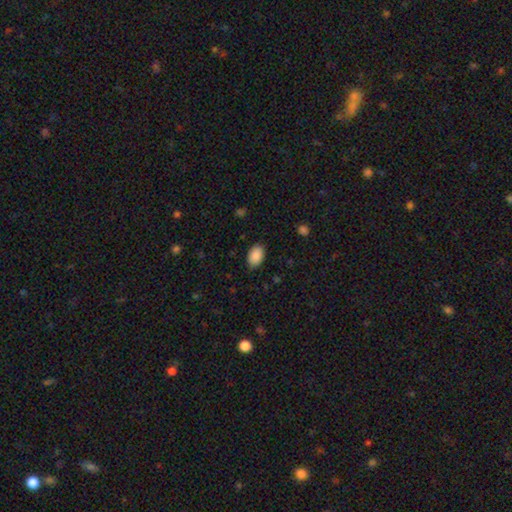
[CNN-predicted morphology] smooth_or_featured: smooth (p=0.89) [alt: star or artifact p=0.07]
how_rounded: in between (p=0.88) [alt: round p=0.11]
merging: none (p=0.86) [alt: minor disturbance p=0.11]